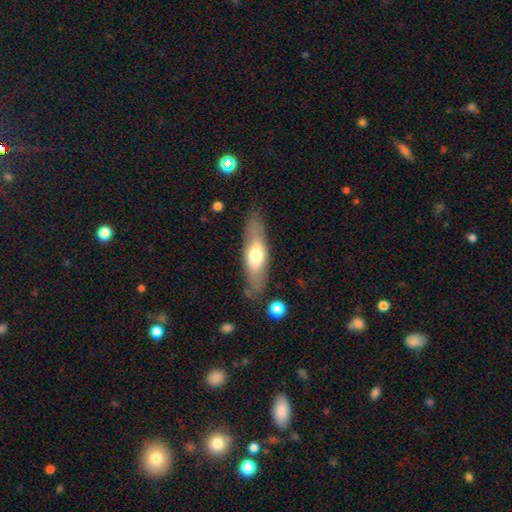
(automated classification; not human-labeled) Smooth or featured: smooth — 54% (featured or disk — 41%)
How rounded: cigar-shaped — 54% (in between — 44%)
Merging: none — 80% (minor disturbance — 14%)